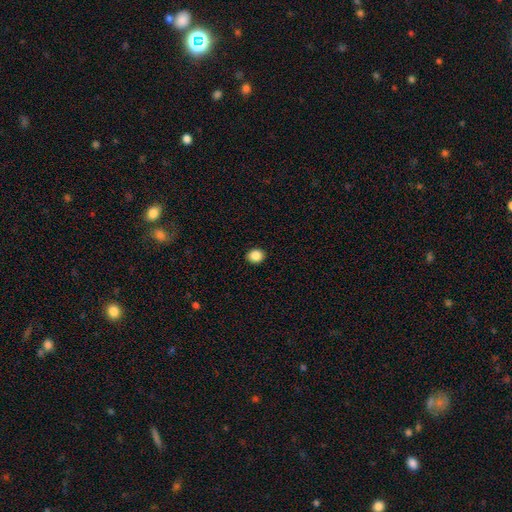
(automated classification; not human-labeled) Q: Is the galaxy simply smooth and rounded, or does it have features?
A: smooth — 87%.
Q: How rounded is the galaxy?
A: round — 70%.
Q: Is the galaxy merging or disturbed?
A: none — 91%.